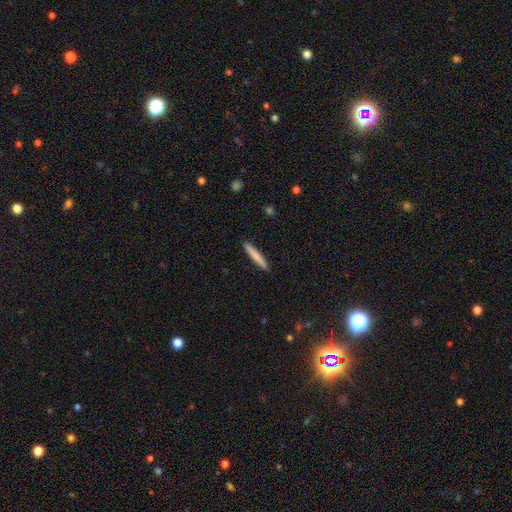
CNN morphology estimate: Overall: smooth (78%). How rounded: cigar-shaped (95%). Merging: none (92%).